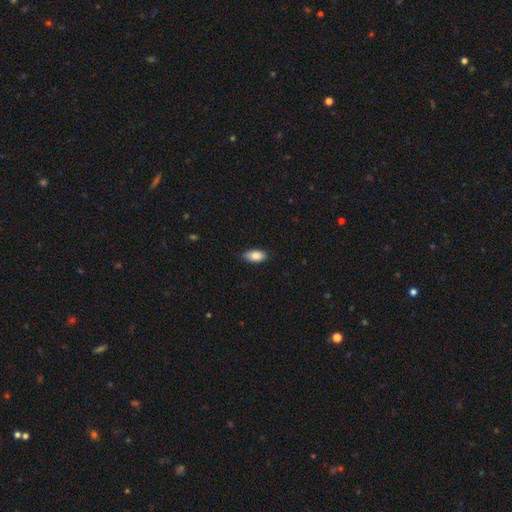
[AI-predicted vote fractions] Morphology: type=smooth (87%); roundness=in between (93%); merging=none (85%).